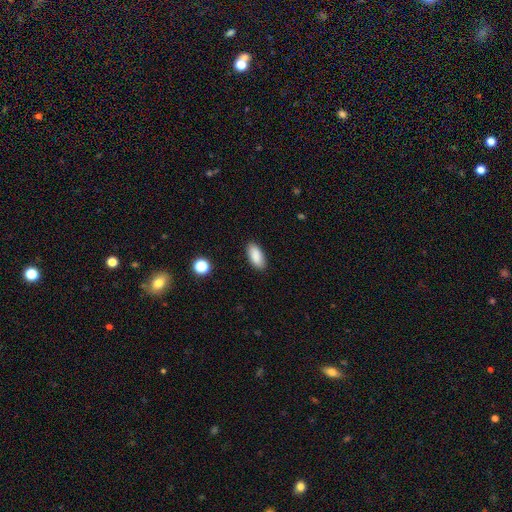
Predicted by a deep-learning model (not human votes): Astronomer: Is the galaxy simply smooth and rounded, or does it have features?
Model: smooth — 88%.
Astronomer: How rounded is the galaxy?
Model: in between — 88%.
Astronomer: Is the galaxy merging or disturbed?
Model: none — 87%.